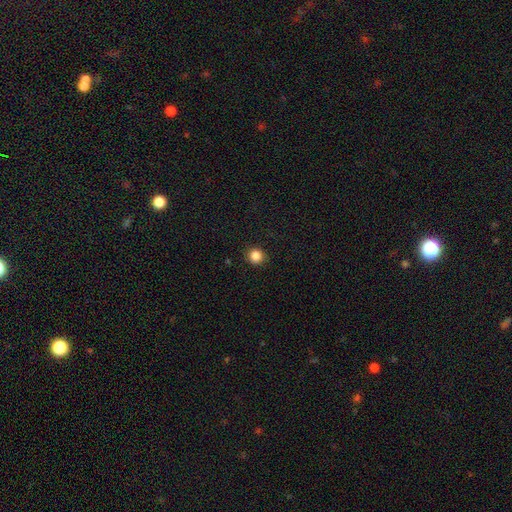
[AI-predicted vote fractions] smooth 85%, star or artifact 11%, featured or disk 4%. Down the decision tree: how rounded — round (90%); merging — none (89%).